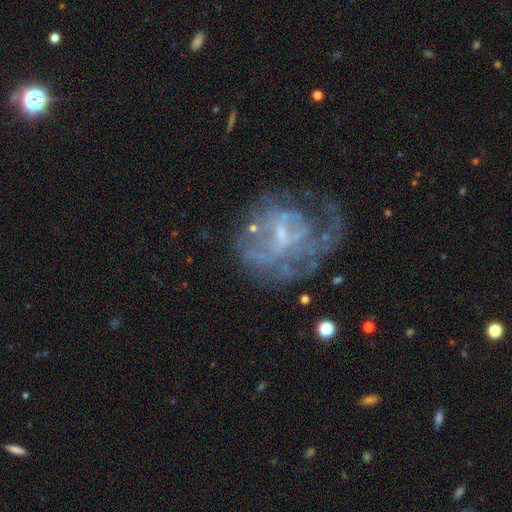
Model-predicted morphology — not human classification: This is likely a featured or disk galaxy (71%). It is clearly not viewed edge-on (98%). Bar: possibly no (51%). Spiral arm pattern: possibly no (54%). Central bulge: possibly small (52%). Merging: marginally none (42%).